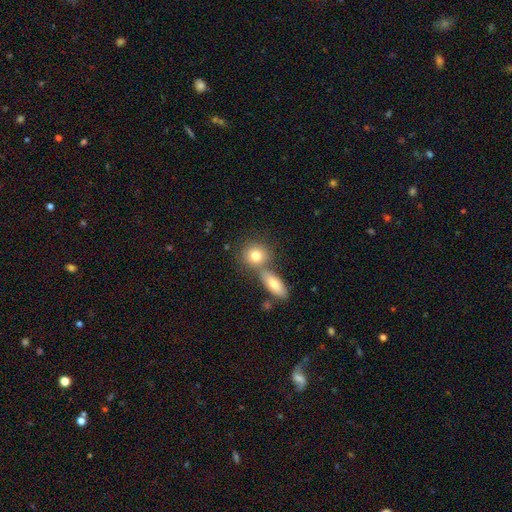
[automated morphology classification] Smooth or featured?
  - smooth: 79% *
  - featured or disk: 13%
  - star or artifact: 8%
How rounded?
  - round: 72% *
  - in between: 25%
  - cigar-shaped: 2%
Merging?
  - none: 53% *
  - merger: 35%
  - minor disturbance: 9%
  - major disturbance: 3%